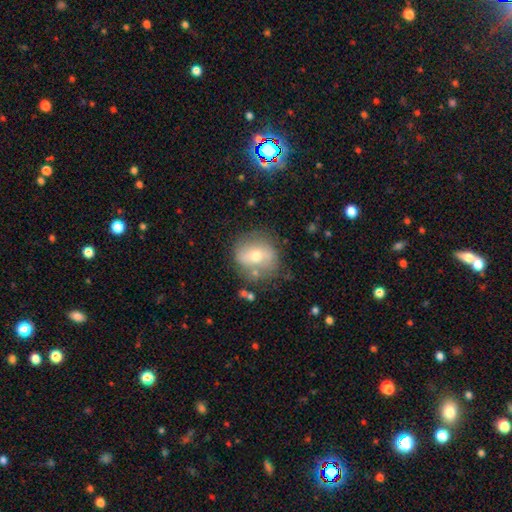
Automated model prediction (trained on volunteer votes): This appears to be a smooth galaxy with no disk features (48%). Merging: none (75%).